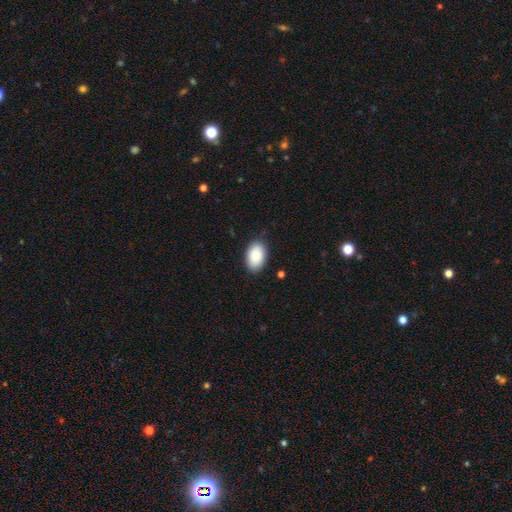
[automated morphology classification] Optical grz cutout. It shows a smooth galaxy with no disk features (89%) that is in between round and cigar-shaped (92%). Merging: none (86%).